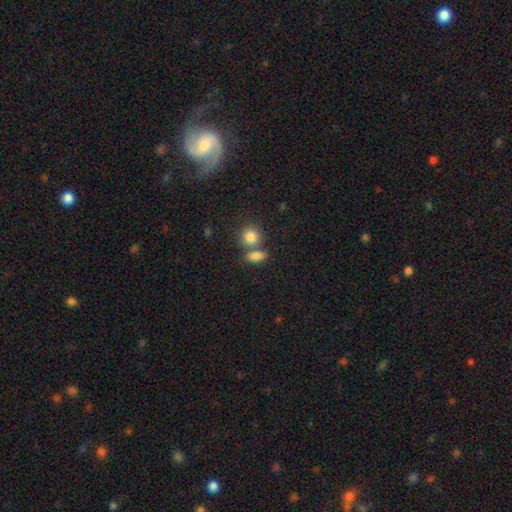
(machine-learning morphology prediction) smooth_or_featured: smooth (p=0.84) [alt: star or artifact p=0.09]
how_rounded: in between (p=0.71) [alt: round p=0.22]
merging: none (p=0.50) [alt: merger p=0.36]